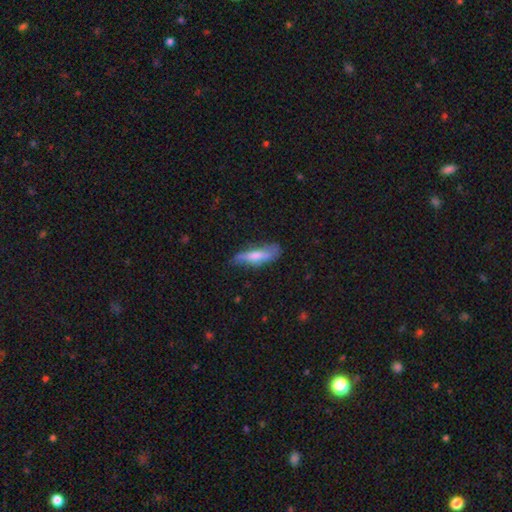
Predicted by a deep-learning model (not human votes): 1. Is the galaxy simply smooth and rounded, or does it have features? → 59% smooth, 34% featured or disk, 7% star or artifact.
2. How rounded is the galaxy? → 64% cigar-shaped, 34% in between, 2% round.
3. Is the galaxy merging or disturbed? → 59% none, 29% minor disturbance, 10% major disturbance, 2% merger.